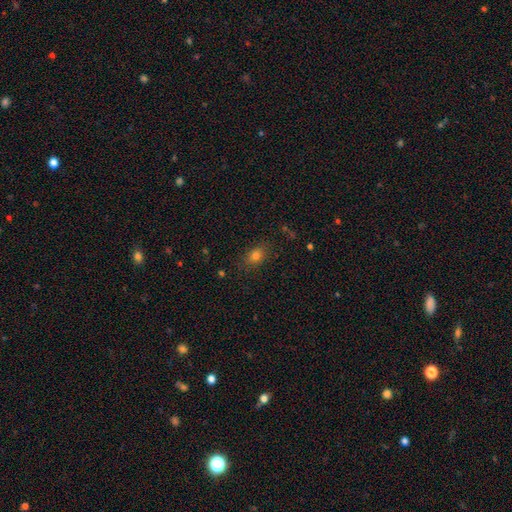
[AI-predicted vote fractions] The model was most divided on "how rounded": in between: 65%, round: 33%, cigar-shaped: 2%. More confident: merging — none (84%); smooth or featured — smooth (77%).